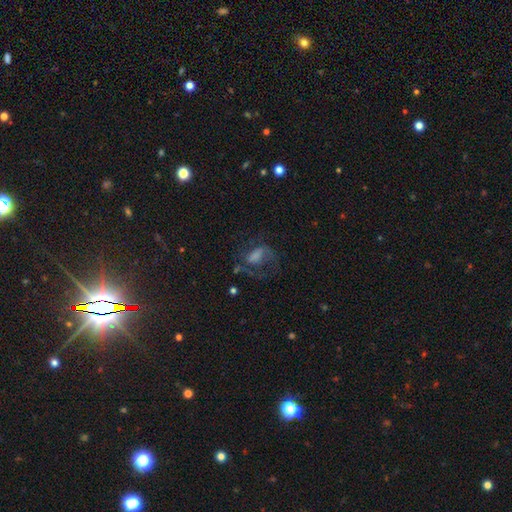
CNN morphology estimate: This is possibly a featured or disk galaxy (50%). Merging: marginally none (44%).